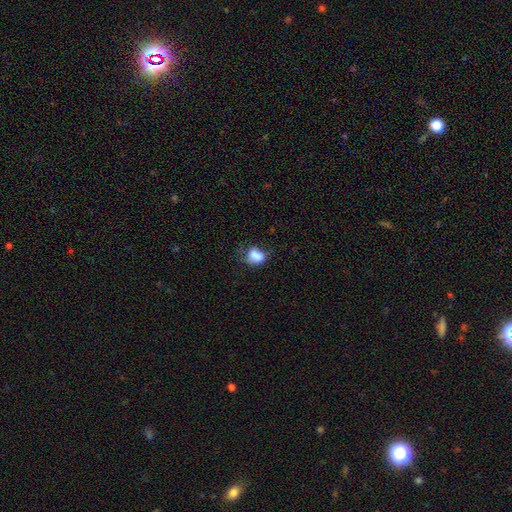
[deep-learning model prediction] smooth 77%, featured or disk 12%, star or artifact 10%. Down the decision tree: how rounded — in between (67%); merging — none (37%).